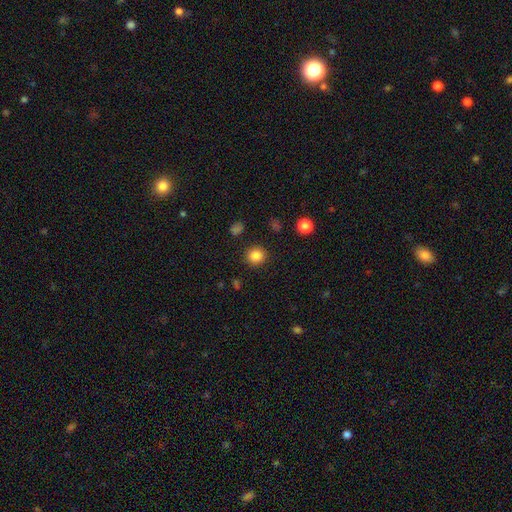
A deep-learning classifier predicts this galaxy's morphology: Q: Smooth or featured?
A: smooth (85%); runner-up: star or artifact (11%)
Q: How rounded?
A: round (90%); runner-up: in between (9%)
Q: Merging?
A: none (90%); runner-up: minor disturbance (6%)